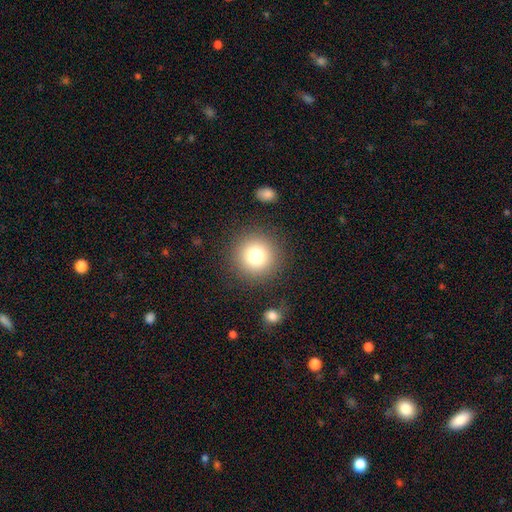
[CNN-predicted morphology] smooth_or_featured: smooth (p=0.79) [alt: star or artifact p=0.12]
how_rounded: round (p=0.95) [alt: in between p=0.04]
merging: none (p=0.88) [alt: minor disturbance p=0.07]